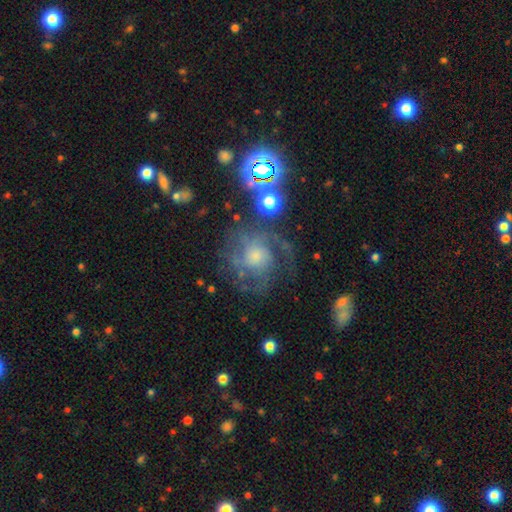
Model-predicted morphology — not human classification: Q: Smooth or featured?
A: featured or disk (72%); runner-up: smooth (15%)
Q: Edge-on disk?
A: no (98%); runner-up: yes (2%)
Q: Bar?
A: no (76%); runner-up: weak (21%)
Q: Spiral arms?
A: yes (91%); runner-up: no (9%)
Q: Spiral winding?
A: tight (43%); runner-up: medium (42%)
Q: Spiral arm count?
A: can't tell (35%); runner-up: 3 (23%)
Q: Bulge size?
A: small (39%); runner-up: moderate (38%)
Q: Merging?
A: none (61%); runner-up: major disturbance (18%)